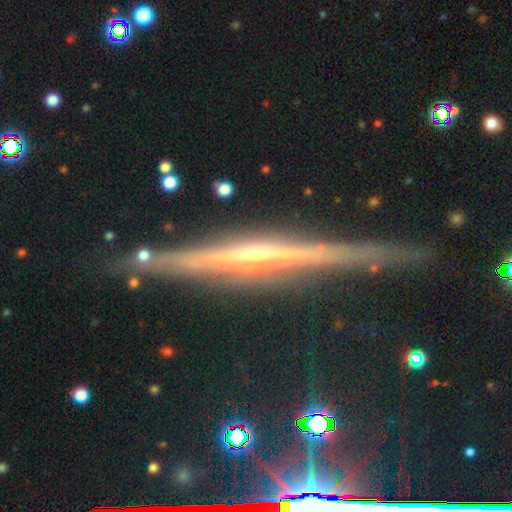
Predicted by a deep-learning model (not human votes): Morphology: type=featured or disk (77%); edge-on=yes (97%); edge-on bulge=rounded (51%); merging=none (83%).